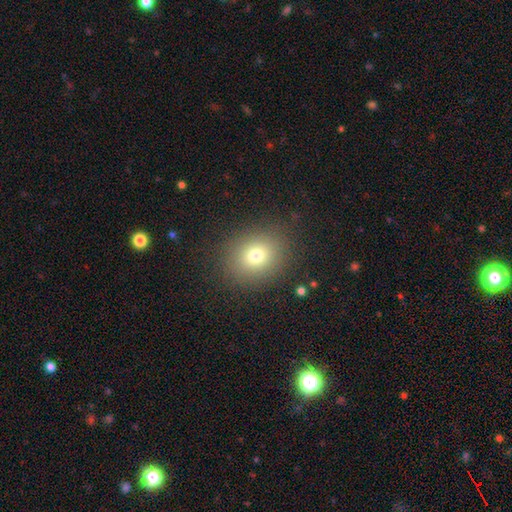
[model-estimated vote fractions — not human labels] smooth-or-featured: smooth: 75% | star or artifact: 14% | featured or disk: 11%
  how-rounded: round: 65% | in between: 34% | cigar-shaped: 1%
  merging: none: 86% | minor disturbance: 8% | major disturbance: 4% | merger: 1%